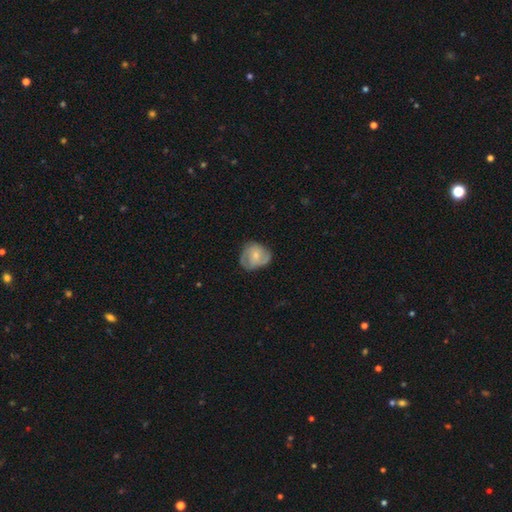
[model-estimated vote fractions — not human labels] A featured or disk galaxy (51%).

Vote fractions:
- Smooth or featured? featured or disk: 51% / smooth: 42% / star or artifact: 7%
- Edge-on disk? no: 97% / yes: 3%
- Merging? none: 60% / minor disturbance: 27% / major disturbance: 11% / merger: 2%